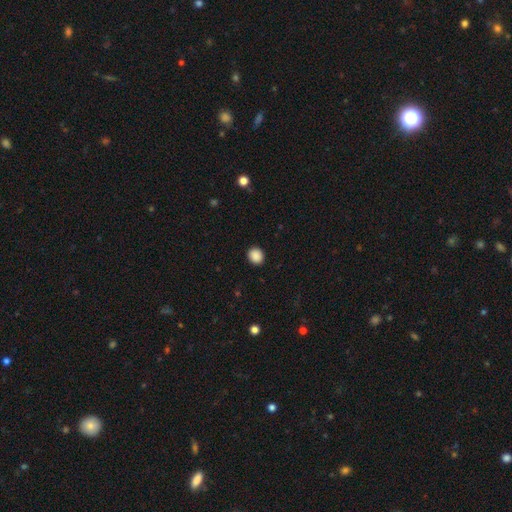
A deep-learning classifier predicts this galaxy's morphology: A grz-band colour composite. It shows a smooth galaxy with no disk features (89%) that is round (77%). Merging: none (91%).